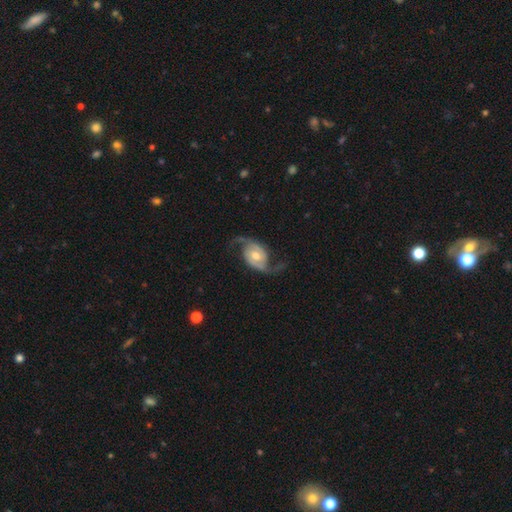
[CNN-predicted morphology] This is clearly a featured or disk galaxy (90%). It is clearly not viewed edge-on (97%). Bar: possibly no (60%). Spiral arm pattern: clearly yes (97%). Spiral arm count: clearly 2 (94%). Spiral winding: likely loose (61%). Central bulge: likely moderate (67%). Merging: likely none (76%).